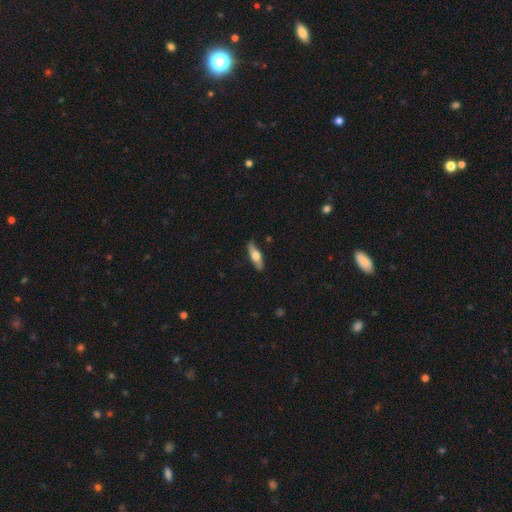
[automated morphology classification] A smooth galaxy with no disk features (53%) that is cigar-shaped (55%). Merging: none (85%).